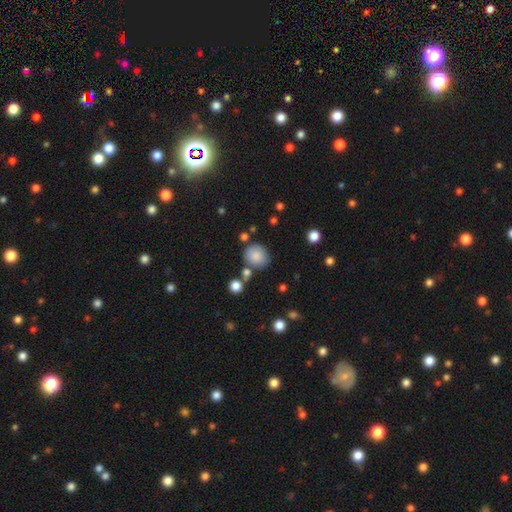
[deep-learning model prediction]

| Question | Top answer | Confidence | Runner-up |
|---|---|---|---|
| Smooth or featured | smooth | 85% | star or artifact (9%) |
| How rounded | round | 80% | in between (19%) |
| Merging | none | 73% | minor disturbance (13%) |